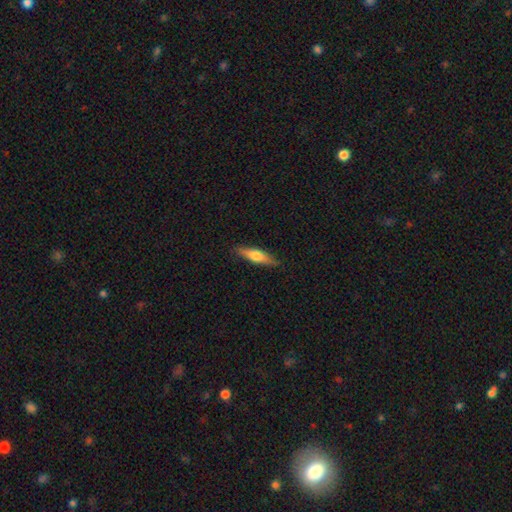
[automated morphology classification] Q: Smooth or featured?
A: smooth (59%); runner-up: featured or disk (35%)
Q: How rounded?
A: cigar-shaped (70%); runner-up: in between (28%)
Q: Merging?
A: none (88%); runner-up: minor disturbance (9%)